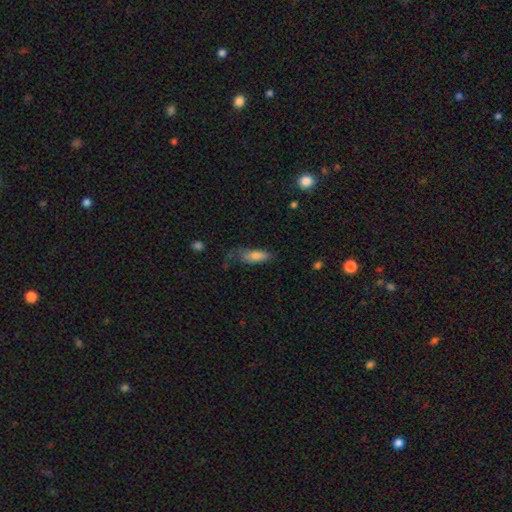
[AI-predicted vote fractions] Morphology: type=smooth (77%); roundness=in between (69%); merging=none (40%).